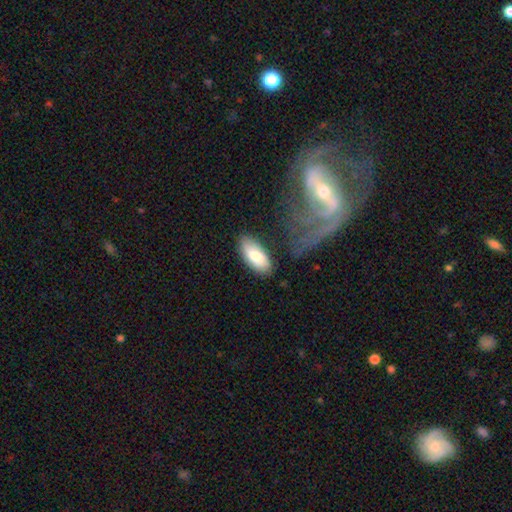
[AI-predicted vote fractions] Overall: smooth (78%). How rounded: in between (88%). Merging: none (79%).